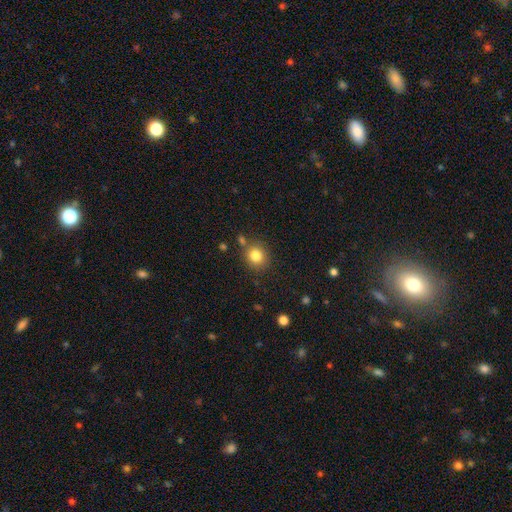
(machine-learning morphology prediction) Smooth or featured?
  - smooth: 82% *
  - star or artifact: 11%
  - featured or disk: 7%
How rounded?
  - round: 86% *
  - in between: 13%
  - cigar-shaped: 1%
Merging?
  - none: 79% *
  - minor disturbance: 10%
  - merger: 8%
  - major disturbance: 3%